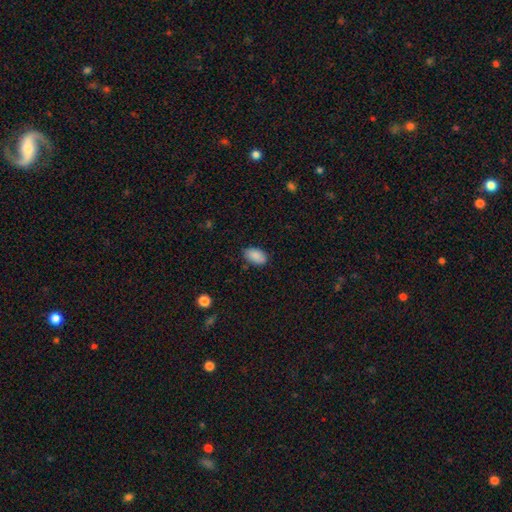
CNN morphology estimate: smooth 88%, star or artifact 7%, featured or disk 5%. Down the decision tree: how rounded — in between (92%); merging — none (81%).